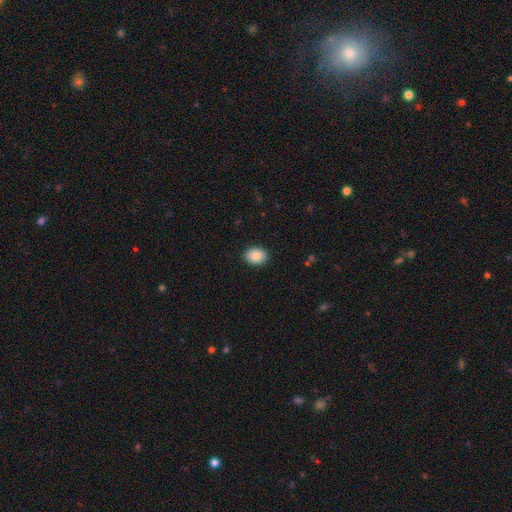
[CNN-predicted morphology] smooth 85%, star or artifact 8%, featured or disk 7%. Down the decision tree: how rounded — in between (66%); merging — none (90%).